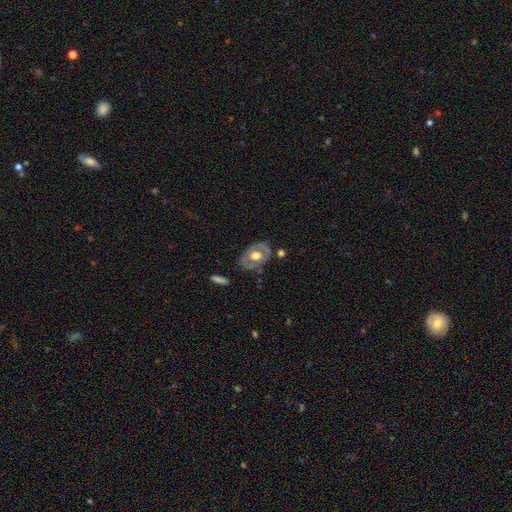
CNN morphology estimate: This appears to be a featured or disk galaxy (58%) with no bar (81%), no spiral arms (77%) and a moderate central bulge (50%). Merging: none (73%).